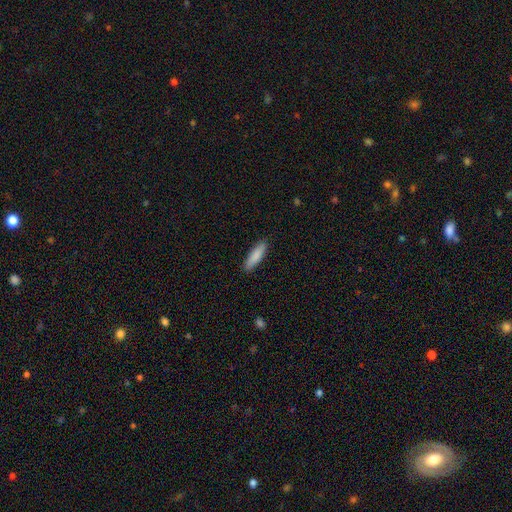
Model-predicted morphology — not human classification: Smooth or featured? smooth (86%)
How rounded? cigar-shaped (61%)
Merging? none (89%)